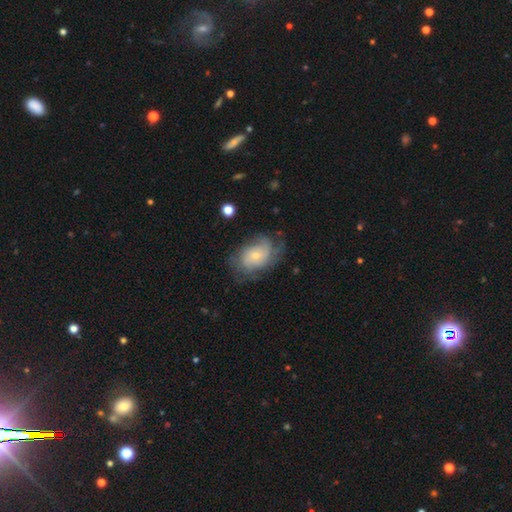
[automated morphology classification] Smooth or featured? Predicted: featured or disk (p=0.63). Edge-on disk? Predicted: no (p=0.96). Bar? Predicted: no (p=0.76). Spiral arms? Predicted: yes (p=0.83). Spiral winding? Predicted: tight (p=0.44). Spiral arm count? Predicted: can't tell (p=0.46). Bulge size? Predicted: small (p=0.68). Merging? Predicted: none (p=0.58).